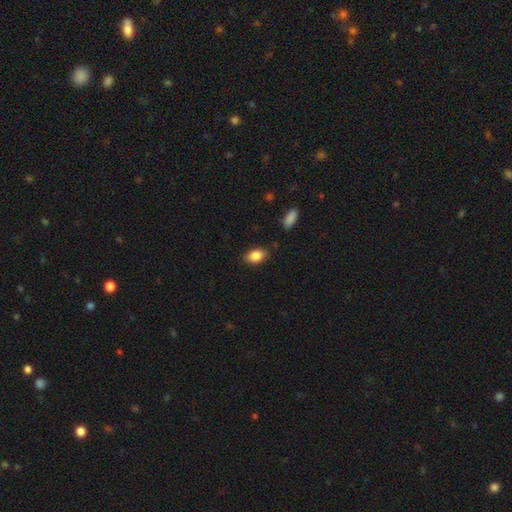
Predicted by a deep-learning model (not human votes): Q: Smooth or featured?
A: smooth (86%); runner-up: star or artifact (8%)
Q: How rounded?
A: in between (88%); runner-up: round (10%)
Q: Merging?
A: none (84%); runner-up: minor disturbance (11%)